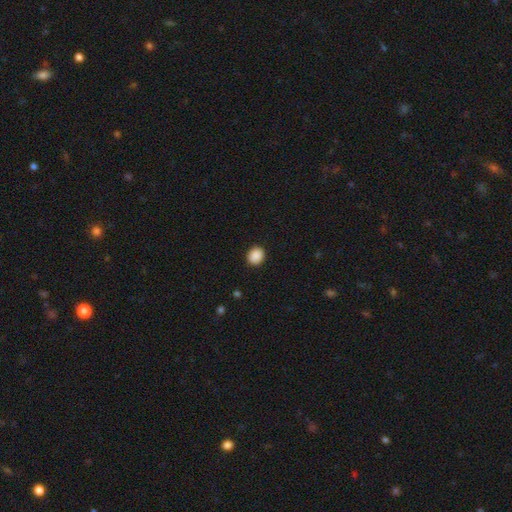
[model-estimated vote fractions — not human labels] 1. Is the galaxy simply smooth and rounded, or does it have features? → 90% smooth, 8% star or artifact, 2% featured or disk.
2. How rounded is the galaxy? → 65% round, 34% in between, 1% cigar-shaped.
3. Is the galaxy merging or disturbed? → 91% none, 6% minor disturbance, 2% major disturbance, 1% merger.